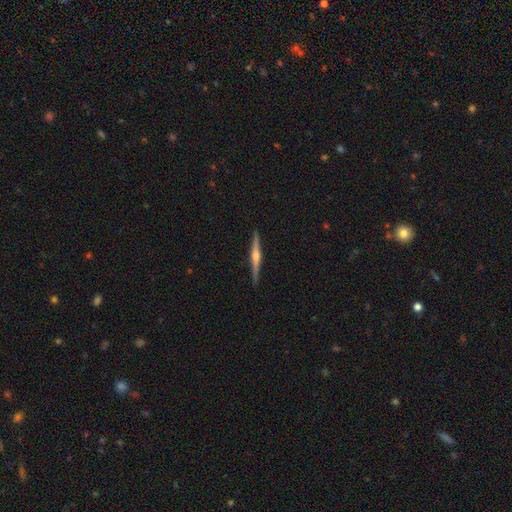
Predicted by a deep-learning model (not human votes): Overall: featured or disk (80%). Edge-on disk: yes (99%). Edge-on bulge: rounded (85%). Merging: none (92%).